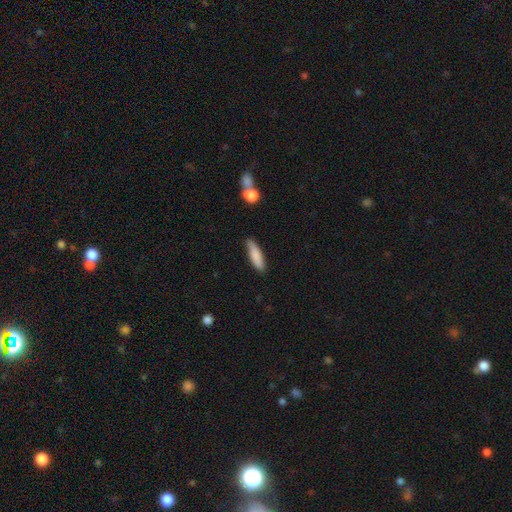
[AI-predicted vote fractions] This appears to be a smooth galaxy with no disk features (82%) that is cigar-shaped (66%). Merging: none (76%).